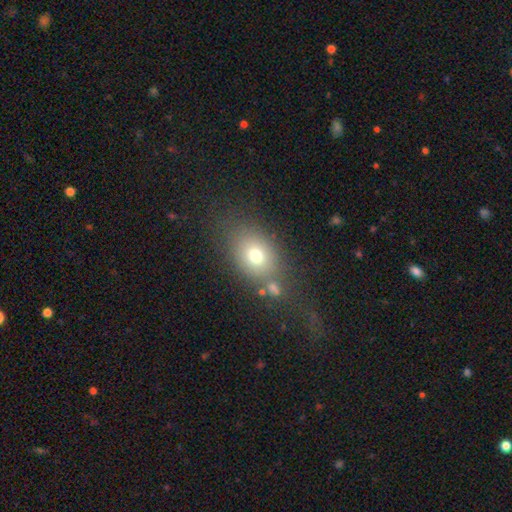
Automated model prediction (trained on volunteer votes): Smooth or featured? Predicted: smooth (p=0.72). How rounded? Predicted: in between (p=0.62). Merging? Predicted: none (p=0.65).